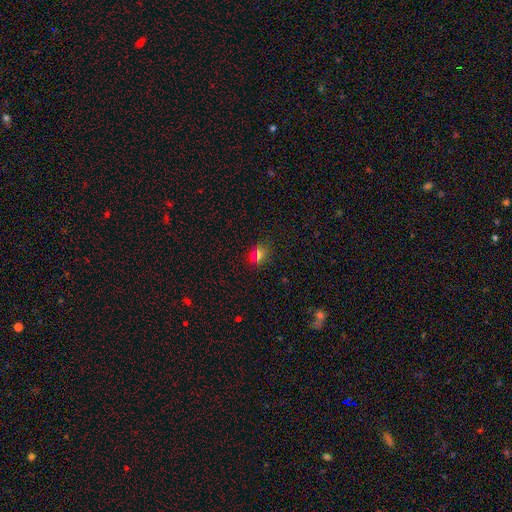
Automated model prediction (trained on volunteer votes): Morphology: type=smooth (65%); roundness=round (61%); merging=none (85%).